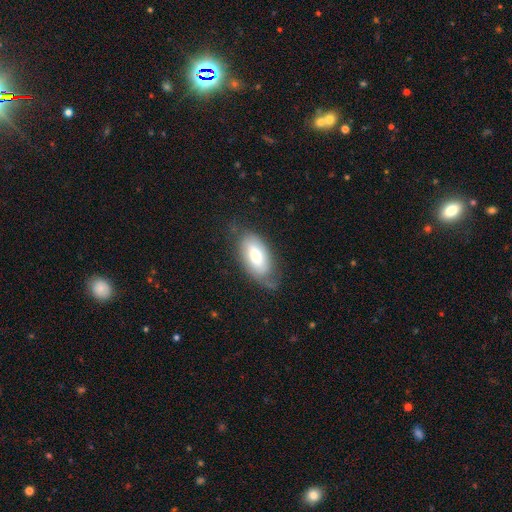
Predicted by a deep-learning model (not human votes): Overall: smooth (62%; featured or disk 31%). How rounded: in between (93%). Merging: none (60%; minor disturbance 27%).